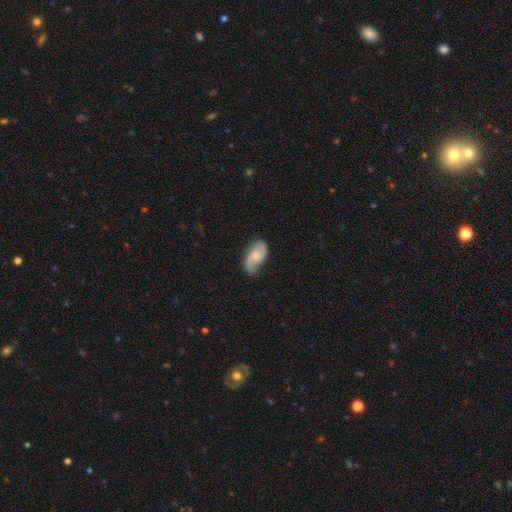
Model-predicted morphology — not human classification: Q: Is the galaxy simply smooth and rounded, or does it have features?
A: featured or disk — 64%.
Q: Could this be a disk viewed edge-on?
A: no — 96%.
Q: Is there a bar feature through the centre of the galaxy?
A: no — 66%.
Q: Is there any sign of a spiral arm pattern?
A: yes — 91%.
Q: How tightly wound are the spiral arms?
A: medium — 41%.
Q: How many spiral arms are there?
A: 2 — 84%.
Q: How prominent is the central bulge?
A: small — 49%.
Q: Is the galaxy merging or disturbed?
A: none — 64%.